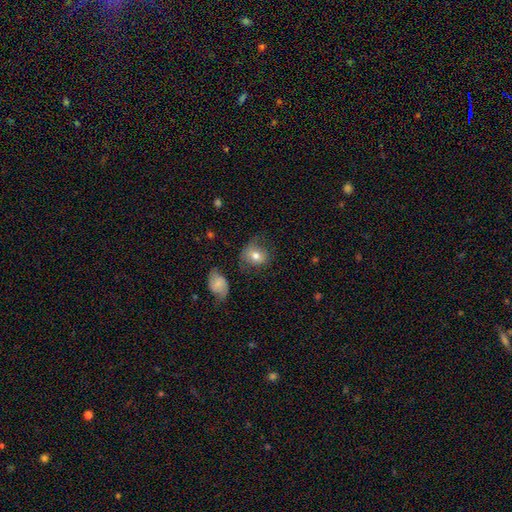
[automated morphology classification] This is likely a smooth galaxy (68%). How rounded: likely round (62%). Merging: possibly none (46%).